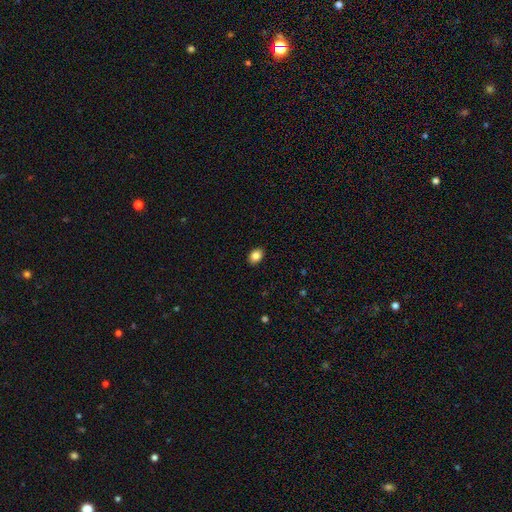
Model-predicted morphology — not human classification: Smooth or featured? smooth (86%)
How rounded? in between (72%)
Merging? none (90%)